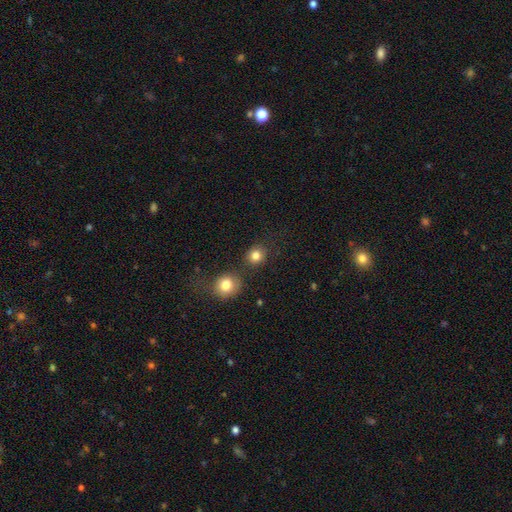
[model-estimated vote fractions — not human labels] smooth_or_featured: smooth (p=0.83) [alt: star or artifact p=0.12]
how_rounded: round (p=0.85) [alt: in between p=0.14]
merging: none (p=0.76) [alt: merger p=0.12]